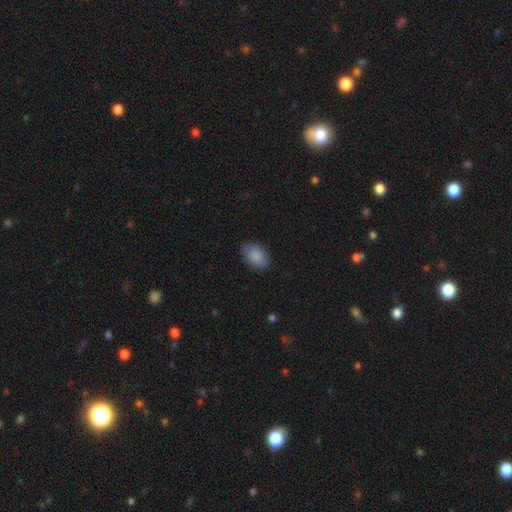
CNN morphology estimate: smooth-or-featured: smooth: 88% | star or artifact: 7% | featured or disk: 5%
  how-rounded: in between: 86% | round: 13% | cigar-shaped: 1%
  merging: none: 81% | minor disturbance: 15% | major disturbance: 3% | merger: 1%